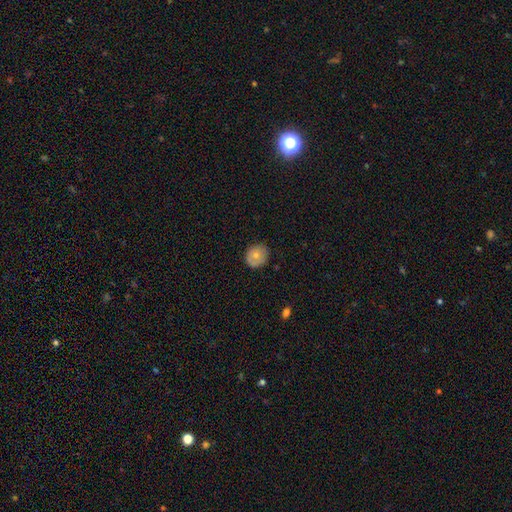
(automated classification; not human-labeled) The model was most divided on "smooth or featured": smooth: 70%, featured or disk: 22%, star or artifact: 8%. More confident: merging — none (79%); how rounded — round (78%).